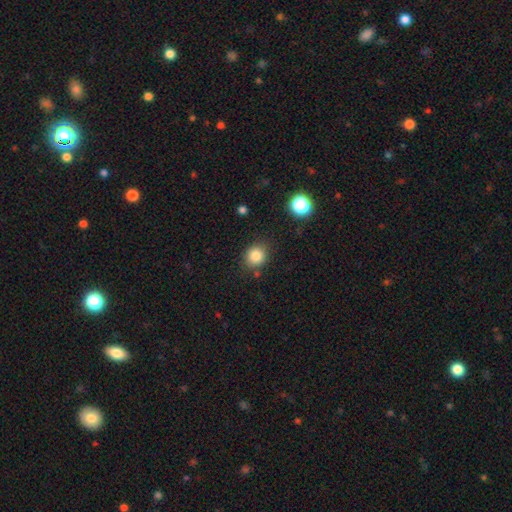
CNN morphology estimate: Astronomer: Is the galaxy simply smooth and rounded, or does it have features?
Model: smooth — 84%.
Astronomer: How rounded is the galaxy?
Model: round — 80%.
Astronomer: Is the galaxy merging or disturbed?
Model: none — 82%.